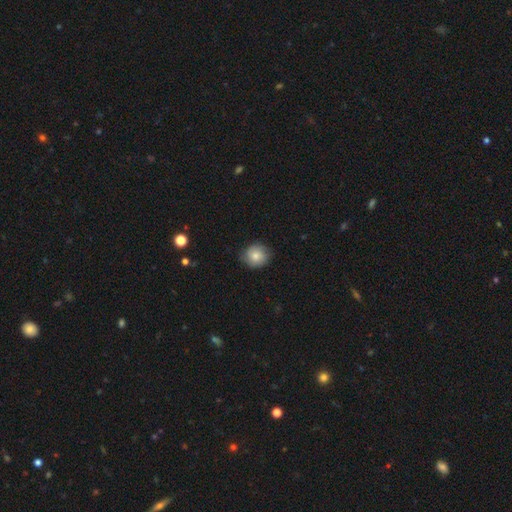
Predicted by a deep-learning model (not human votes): Smooth or featured: smooth — 79% (featured or disk — 13%)
How rounded: round — 85% (in between — 14%)
Merging: none — 79% (minor disturbance — 17%)